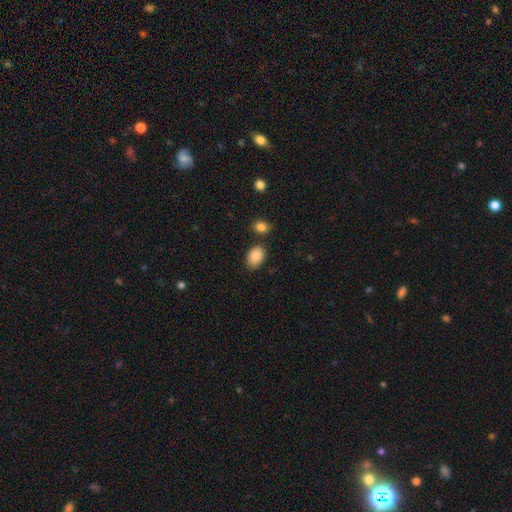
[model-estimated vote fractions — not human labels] smooth_or_featured: smooth (p=0.88) [alt: star or artifact p=0.07]
how_rounded: in between (p=0.84) [alt: round p=0.15]
merging: none (p=0.76) [alt: minor disturbance p=0.15]